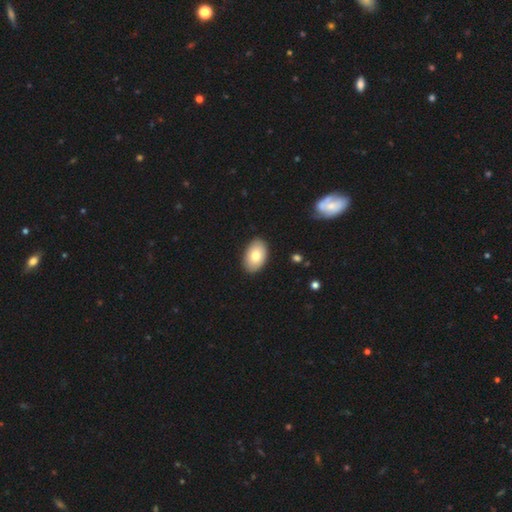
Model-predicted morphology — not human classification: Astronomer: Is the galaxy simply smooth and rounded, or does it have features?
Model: smooth — 80%.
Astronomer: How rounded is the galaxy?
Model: in between — 92%.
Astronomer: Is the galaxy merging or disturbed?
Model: none — 88%.